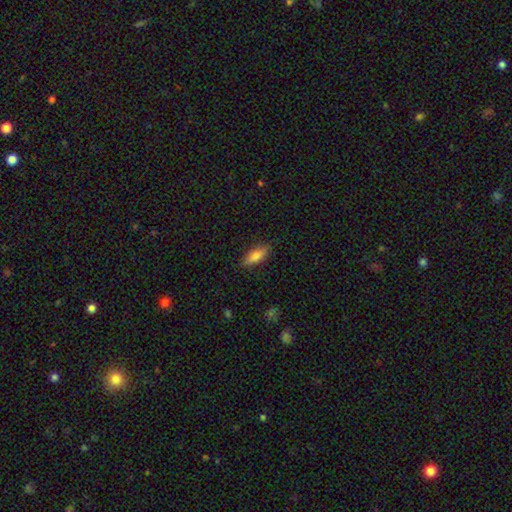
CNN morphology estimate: Smooth or featured? smooth (72%)
How rounded? in between (64%)
Merging? none (84%)